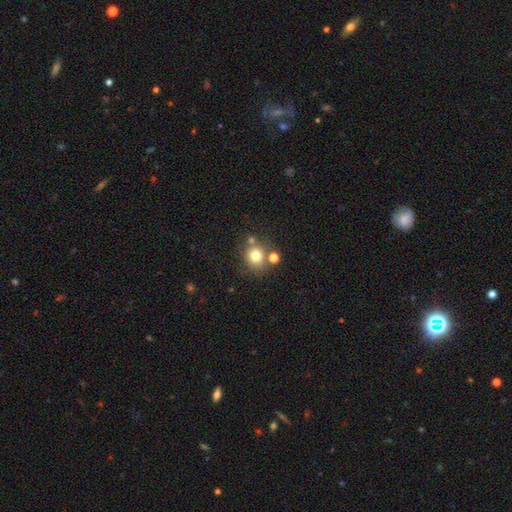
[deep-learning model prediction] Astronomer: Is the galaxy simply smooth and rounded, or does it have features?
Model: smooth — 76%.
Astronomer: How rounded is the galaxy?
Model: round — 83%.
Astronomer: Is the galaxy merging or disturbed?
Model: none — 67%.